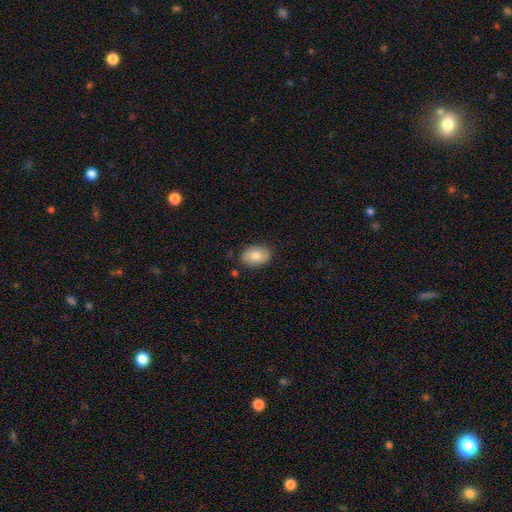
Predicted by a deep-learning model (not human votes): smooth-or-featured: smooth: 82% | featured or disk: 11% | star or artifact: 7%
  how-rounded: in between: 87% | round: 11% | cigar-shaped: 1%
  merging: none: 84% | minor disturbance: 12% | major disturbance: 2% | merger: 2%